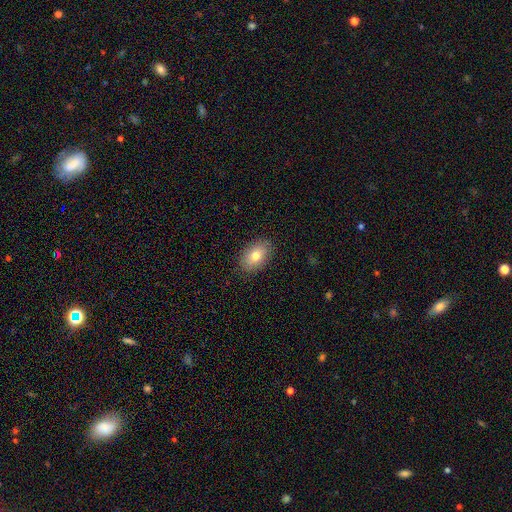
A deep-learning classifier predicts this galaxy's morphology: Smooth or featured: smooth — 77% (featured or disk — 15%)
How rounded: in between — 88% (round — 11%)
Merging: none — 87% (minor disturbance — 10%)